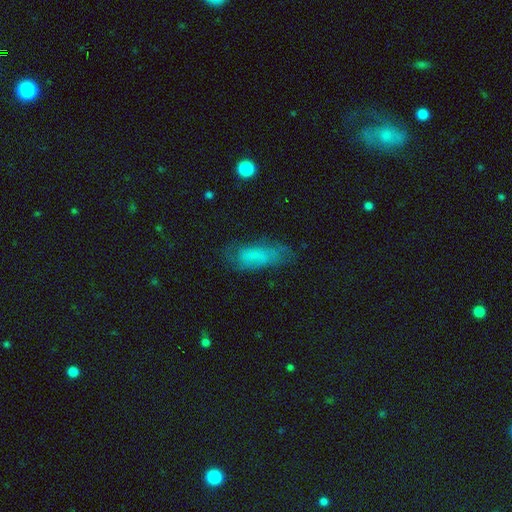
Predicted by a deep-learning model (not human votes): Smooth or featured? Predicted: smooth (p=0.60). How rounded? Predicted: in between (p=0.73). Merging? Predicted: none (p=0.56).